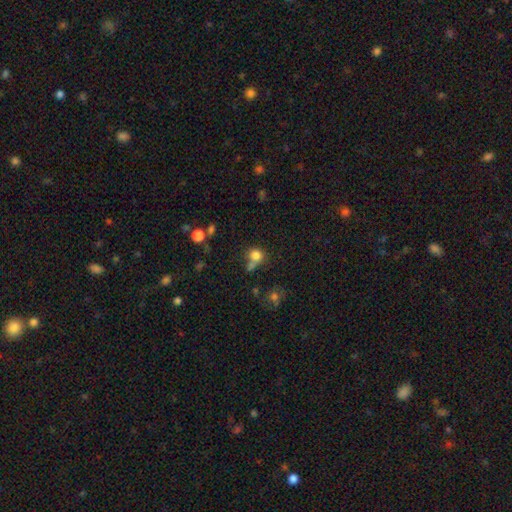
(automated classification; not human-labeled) Smooth or featured? Predicted: smooth (p=0.80). How rounded? Predicted: round (p=0.76). Merging? Predicted: none (p=0.51).